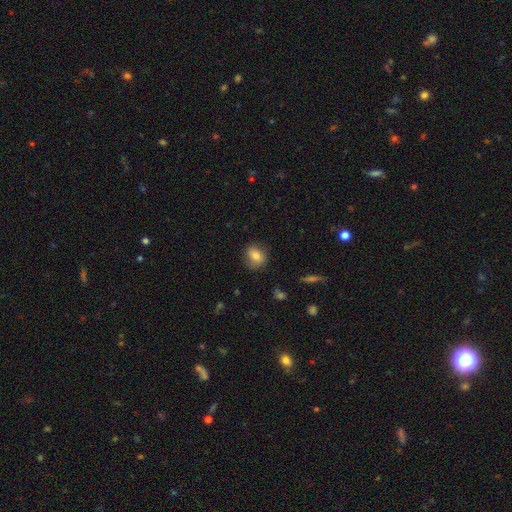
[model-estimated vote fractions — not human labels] A smooth galaxy with no disk features (79%) that is round (53%).

Vote fractions:
- Smooth or featured? smooth: 79% / featured or disk: 13% / star or artifact: 9%
- How rounded? round: 53% / in between: 45% / cigar-shaped: 1%
- Merging? none: 75% / minor disturbance: 19% / major disturbance: 5% / merger: 1%